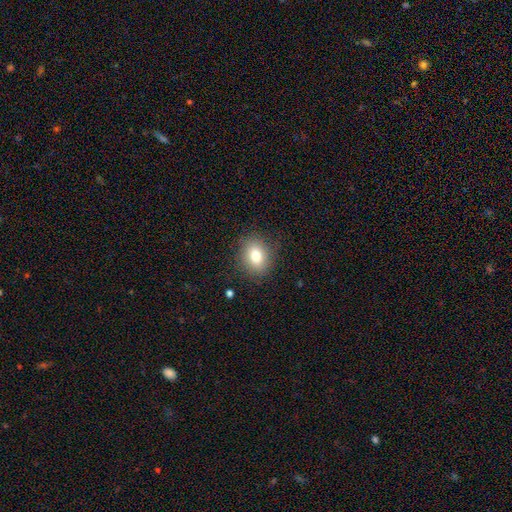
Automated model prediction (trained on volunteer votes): Smooth or featured? smooth (79%)
How rounded? round (51%)
Merging? none (86%)